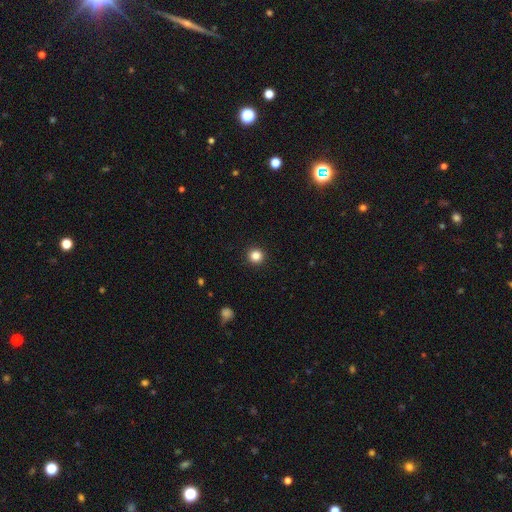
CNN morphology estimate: smooth_or_featured: smooth (p=0.85) [alt: star or artifact p=0.12]
how_rounded: round (p=0.95) [alt: in between p=0.04]
merging: none (p=0.93) [alt: minor disturbance p=0.04]